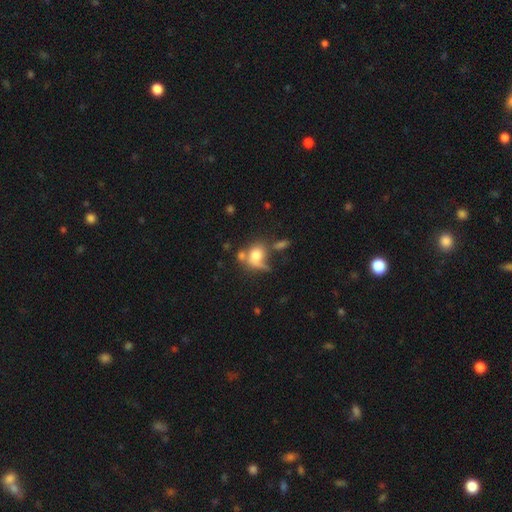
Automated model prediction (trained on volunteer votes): Smooth or featured? smooth (70%)
How rounded? round (56%)
Merging? none (33%)